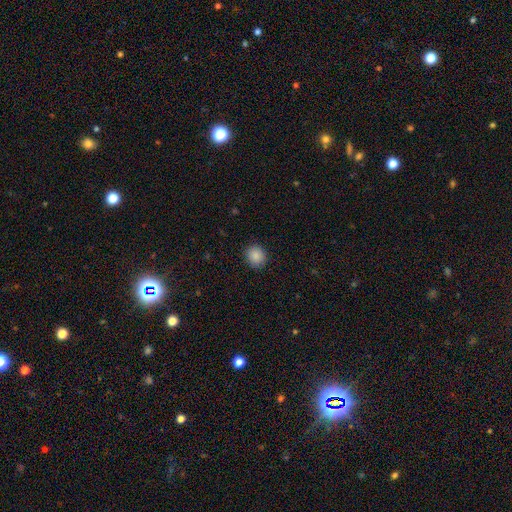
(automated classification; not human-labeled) Overall: smooth (87%). How rounded: round (82%). Merging: none (90%).